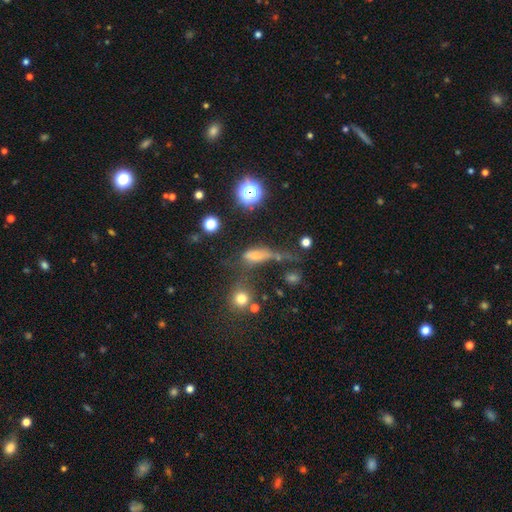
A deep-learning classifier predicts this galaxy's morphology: Smooth or featured: smooth — 56% (featured or disk — 24%)
How rounded: in between — 59% (cigar-shaped — 24%)
Merging: major disturbance — 32% (none — 26%)